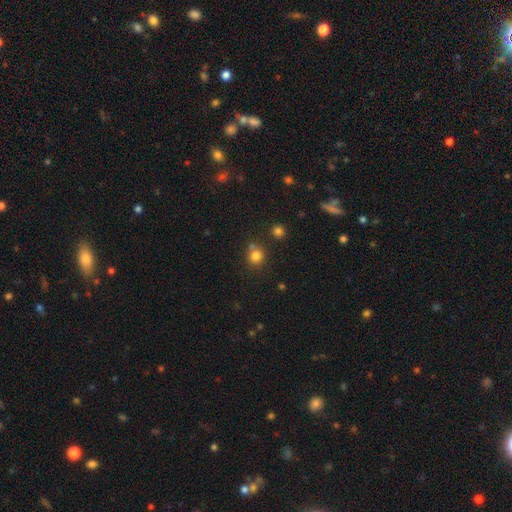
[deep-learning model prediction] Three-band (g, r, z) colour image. It shows a smooth galaxy with no disk features (80%) that is round (87%). Merging: none (70%).